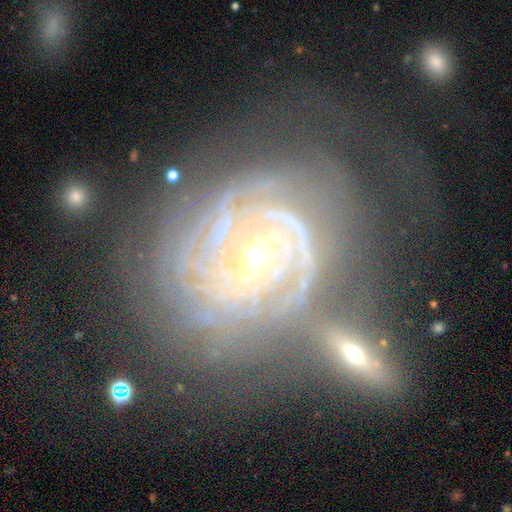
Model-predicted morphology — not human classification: This is clearly a featured or disk galaxy (90%). It is clearly not viewed edge-on (96%). Bar: possibly no (49%). Spiral arm pattern: clearly yes (97%). Spiral arm count: marginally can't tell (30%). Spiral winding: clearly tight (81%). Central bulge: possibly small (50%). Merging: possibly none (49%).